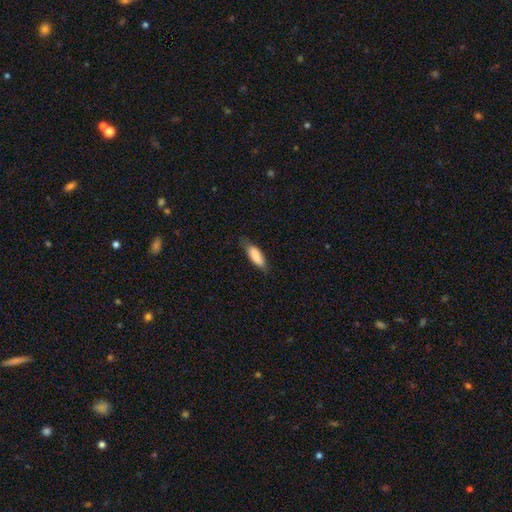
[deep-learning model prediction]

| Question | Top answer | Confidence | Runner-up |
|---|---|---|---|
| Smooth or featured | smooth | 86% | featured or disk (8%) |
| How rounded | in between | 66% | cigar-shaped (32%) |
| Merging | none | 72% | minor disturbance (22%) |